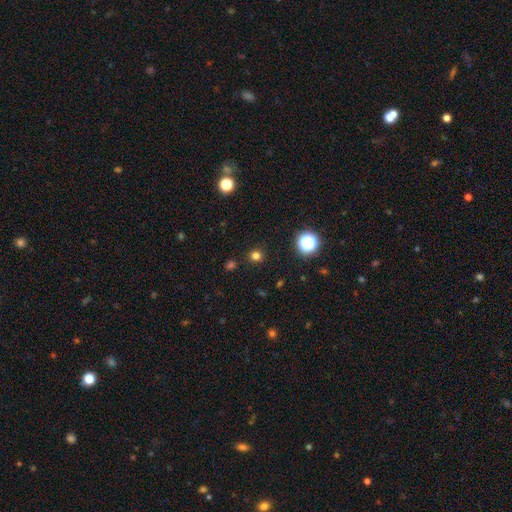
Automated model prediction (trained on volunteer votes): smooth_or_featured: smooth (p=0.76) [alt: star or artifact p=0.19]
how_rounded: round (p=0.91) [alt: in between p=0.08]
merging: none (p=0.90) [alt: minor disturbance p=0.06]